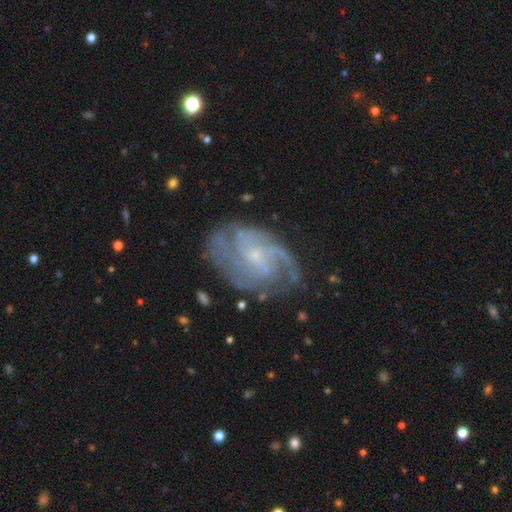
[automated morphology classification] A featured or disk galaxy (86%) with no bar (53%), medium (44%) spiral arms (95%) and a small central bulge (74%). Merging: none (69%).